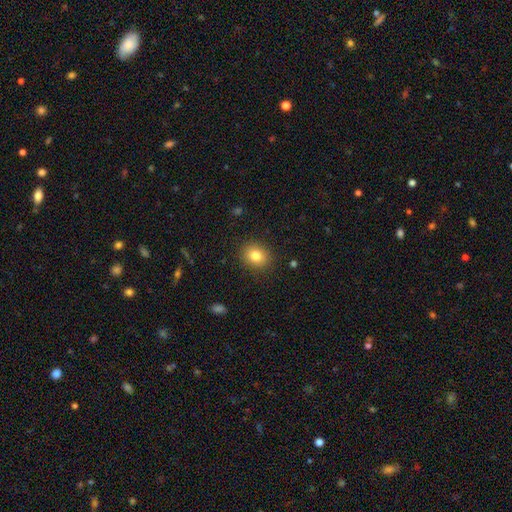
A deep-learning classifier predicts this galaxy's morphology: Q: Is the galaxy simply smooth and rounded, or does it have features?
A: smooth — 81%.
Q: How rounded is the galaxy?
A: round — 62%.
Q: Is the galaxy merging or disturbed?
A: none — 88%.